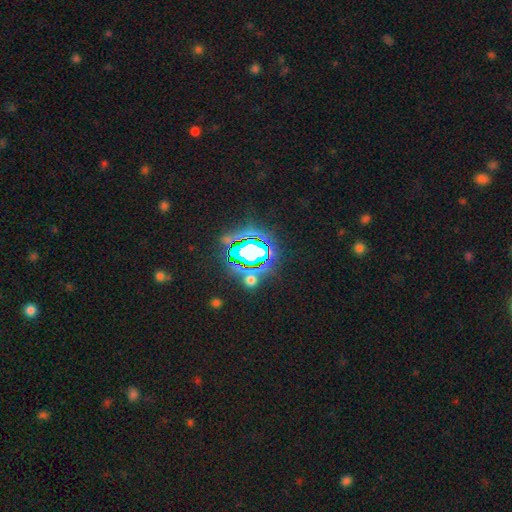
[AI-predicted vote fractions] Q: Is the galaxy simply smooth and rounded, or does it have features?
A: star or artifact — 70%.